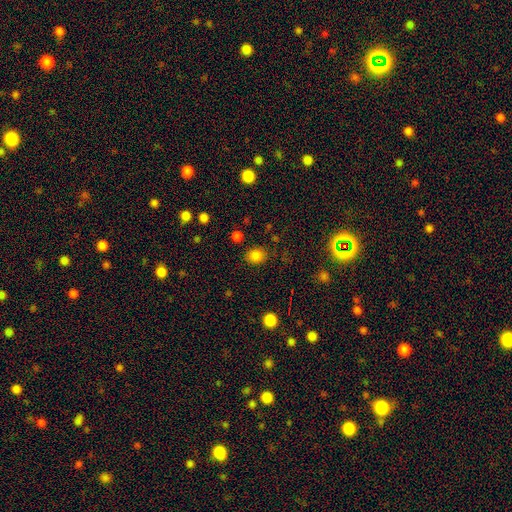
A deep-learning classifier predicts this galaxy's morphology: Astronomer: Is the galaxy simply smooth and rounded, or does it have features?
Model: smooth — 82%.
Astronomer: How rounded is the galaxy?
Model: round — 67%.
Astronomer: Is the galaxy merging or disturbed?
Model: none — 84%.